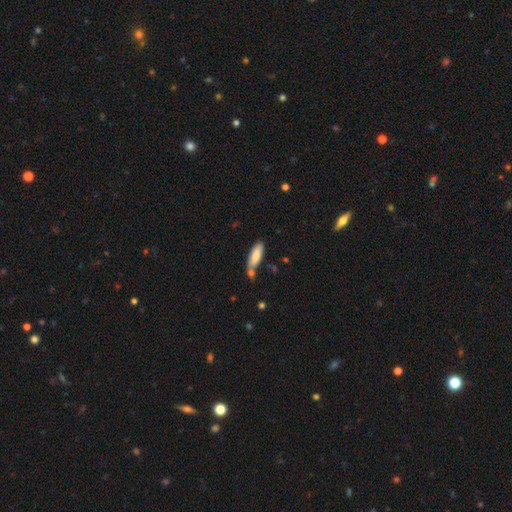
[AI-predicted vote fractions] smooth 81%, featured or disk 13%, star or artifact 6%. Down the decision tree: how rounded — in between (53%); merging — none (53%).